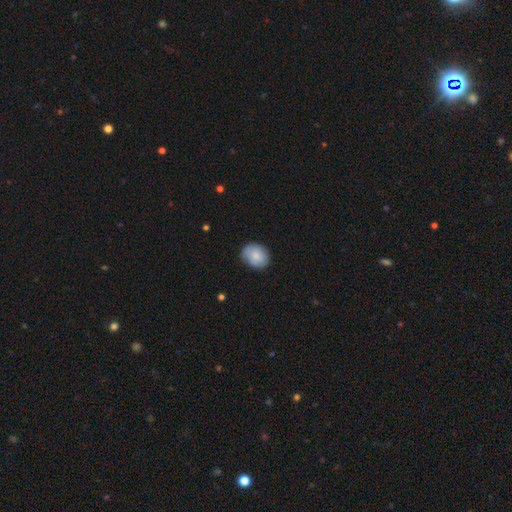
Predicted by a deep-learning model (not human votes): Smooth or featured? Predicted: smooth (p=0.80). How rounded? Predicted: round (p=0.52). Merging? Predicted: none (p=0.76).